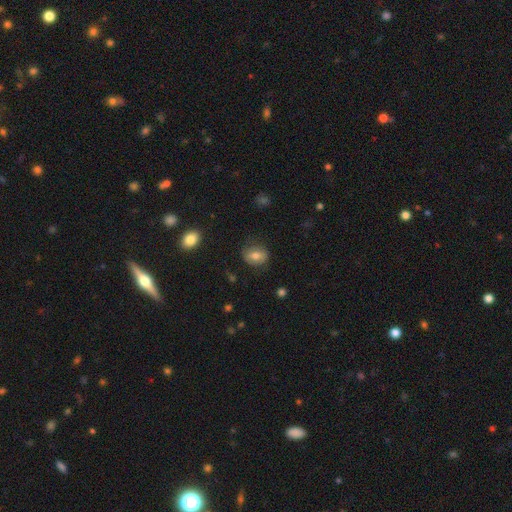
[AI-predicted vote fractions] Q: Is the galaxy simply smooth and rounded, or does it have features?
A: smooth — 72%.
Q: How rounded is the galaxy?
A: in between — 54%.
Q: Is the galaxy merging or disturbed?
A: none — 76%.